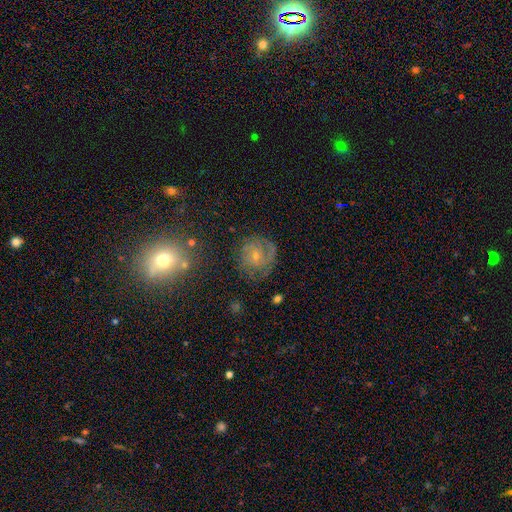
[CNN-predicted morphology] smooth-or-featured: featured or disk: 59% | smooth: 30% | star or artifact: 12%
  disk-edge-on: no: 97% | yes: 3%
    bar: no: 68% | weak: 27% | strong: 5%
    has-spiral-arms: yes: 81% | no: 19%
    bulge-size: small: 67% | moderate: 27% | none: 3% | large: 2% | dominant: 1%
  merging: none: 66% | minor disturbance: 19% | major disturbance: 12% | merger: 2%